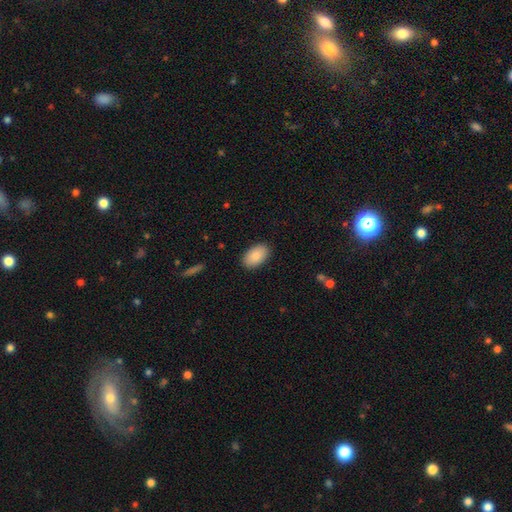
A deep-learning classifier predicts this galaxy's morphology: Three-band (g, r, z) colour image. It shows a smooth galaxy with no disk features (86%) that is in between round and cigar-shaped (94%). Merging: none (89%).